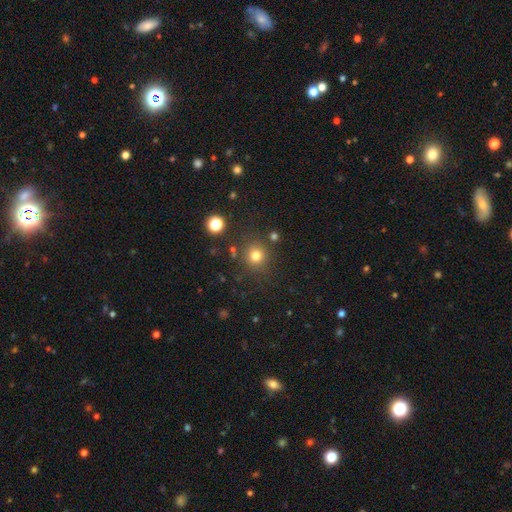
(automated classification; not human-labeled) This appears to be a smooth galaxy with no disk features (78%) that is round (92%). Merging: none (84%).